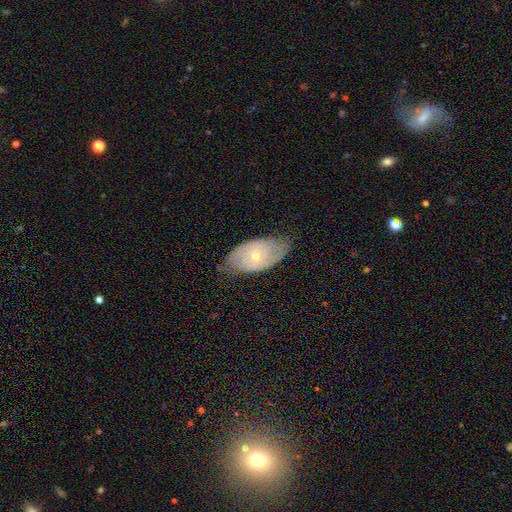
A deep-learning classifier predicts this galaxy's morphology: Smooth or featured? Predicted: featured or disk (p=0.63). Edge-on disk? Predicted: no (p=0.91). Bar? Predicted: no (p=0.80). Spiral arms? Predicted: yes (p=0.68). Bulge size? Predicted: small (p=0.59). Merging? Predicted: none (p=0.69).